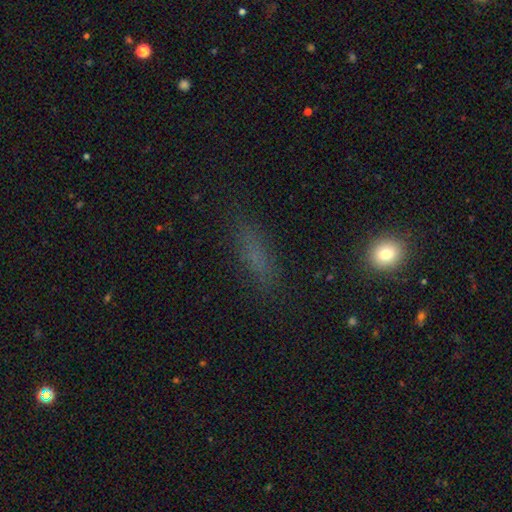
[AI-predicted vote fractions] Smooth or featured: smooth — 63% (star or artifact — 20%)
How rounded: cigar-shaped — 62% (in between — 33%)
Merging: none — 80% (minor disturbance — 13%)